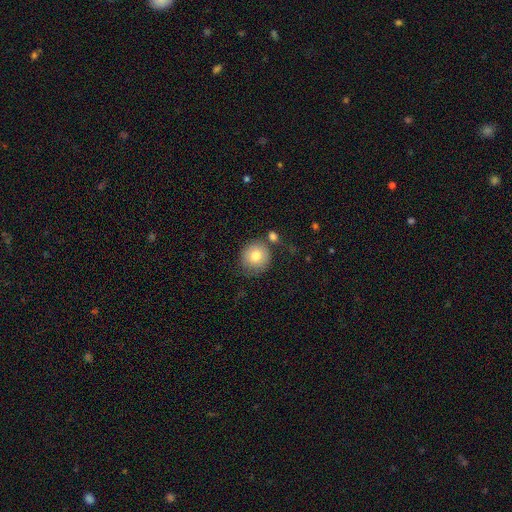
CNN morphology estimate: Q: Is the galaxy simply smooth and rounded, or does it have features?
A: smooth — 78%.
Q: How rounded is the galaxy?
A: round — 91%.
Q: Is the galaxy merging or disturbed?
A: none — 69%.